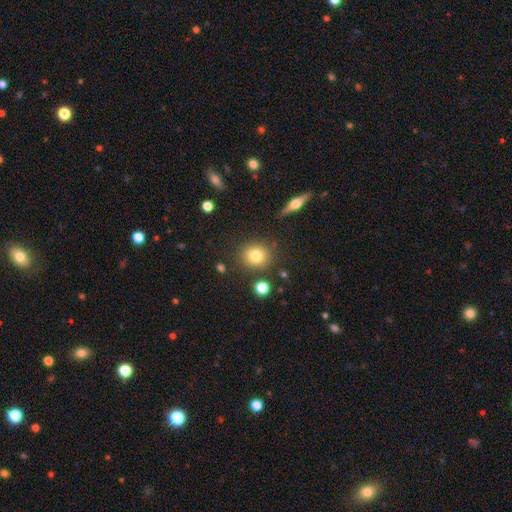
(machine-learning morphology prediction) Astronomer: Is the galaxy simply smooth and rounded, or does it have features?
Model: smooth — 79%.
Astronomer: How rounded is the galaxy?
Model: round — 80%.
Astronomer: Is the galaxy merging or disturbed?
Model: none — 84%.